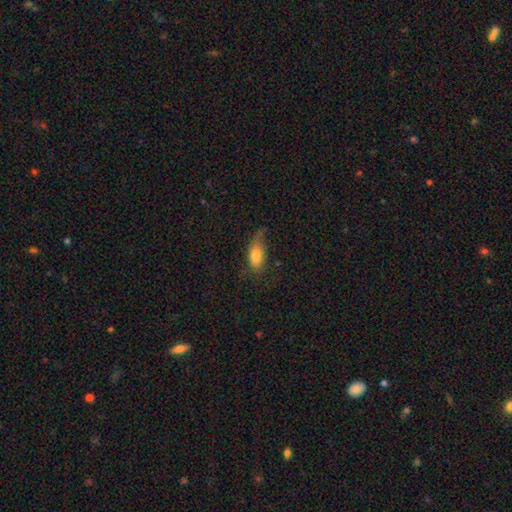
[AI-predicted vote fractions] This is likely a smooth galaxy (73%). How rounded: clearly in between (86%). Merging: possibly none (45%).